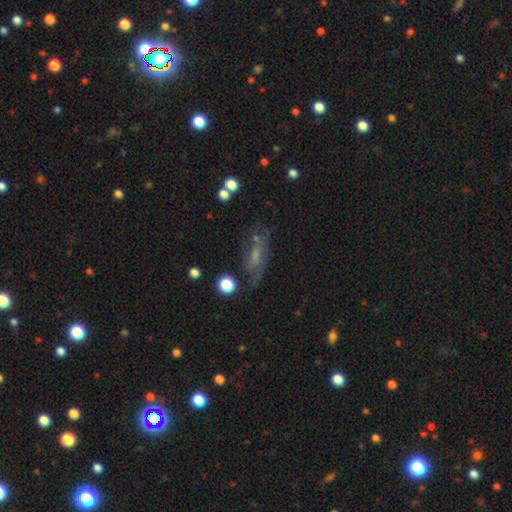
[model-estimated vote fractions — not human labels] Overall: featured or disk (48%; smooth 38%). Merging: none (57%; minor disturbance 23%).